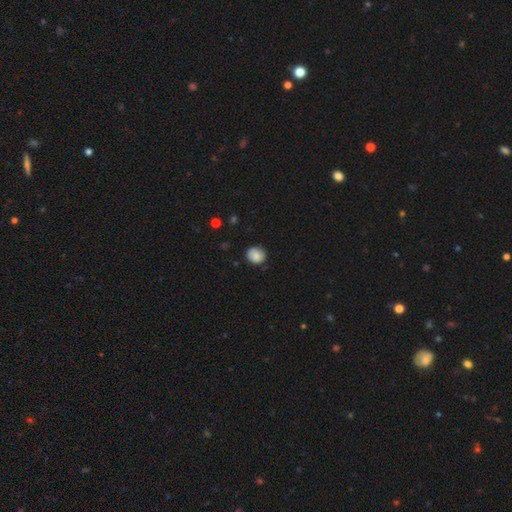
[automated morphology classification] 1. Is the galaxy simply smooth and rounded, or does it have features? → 79% smooth, 12% featured or disk, 8% star or artifact.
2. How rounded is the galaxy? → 78% round, 21% in between, 1% cigar-shaped.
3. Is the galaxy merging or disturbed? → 78% none, 18% minor disturbance, 3% major disturbance, 1% merger.